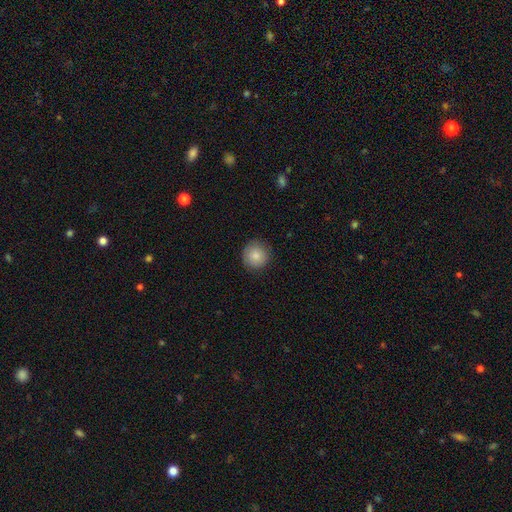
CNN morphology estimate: Smooth or featured? Predicted: smooth (p=0.84). How rounded? Predicted: round (p=0.94). Merging? Predicted: none (p=0.88).